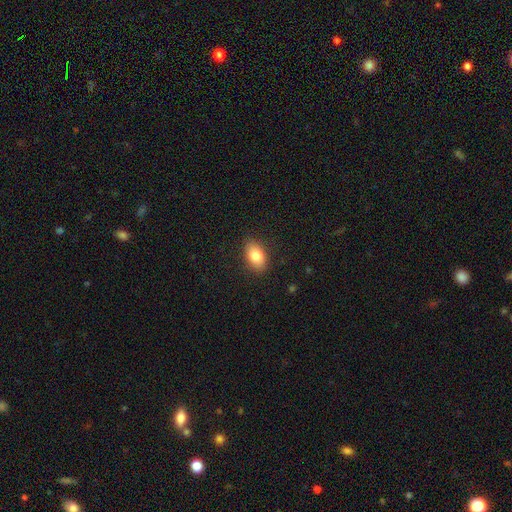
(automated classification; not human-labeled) smooth 83%, featured or disk 10%, star or artifact 8%. Down the decision tree: how rounded — in between (89%); merging — none (88%).